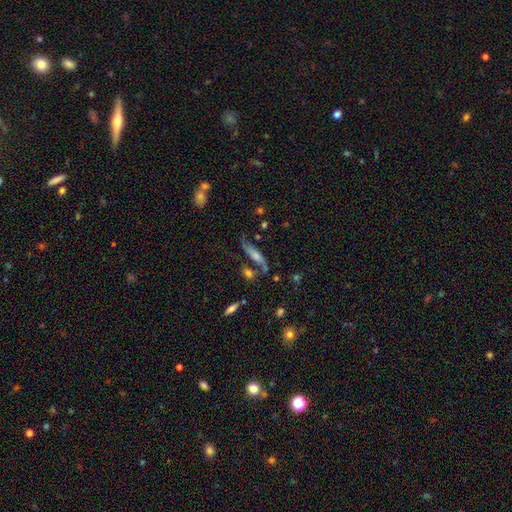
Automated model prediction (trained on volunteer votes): Overall: smooth (53%; featured or disk 39%). How rounded: cigar-shaped (69%). Merging: none (53%; minor disturbance 24%).